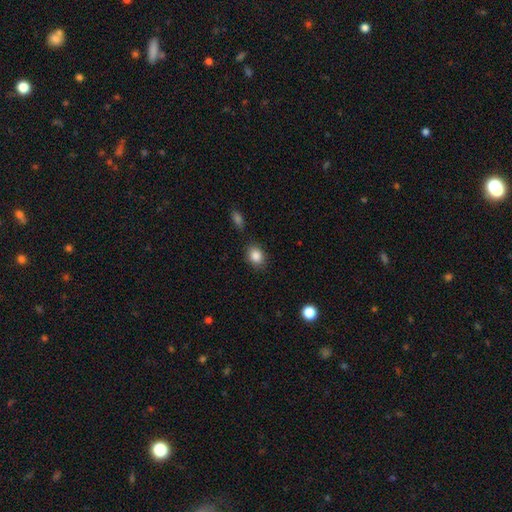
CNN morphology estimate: A smooth galaxy with no disk features (86%) that is in between round and cigar-shaped (57%). Merging: none (83%).